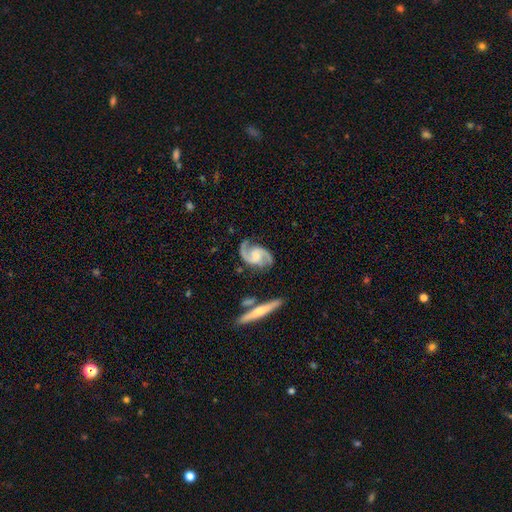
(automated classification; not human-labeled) Smooth or featured? featured or disk (92%)
Edge-on disk? no (97%)
Bar? no (53%)
Spiral arms? yes (98%)
Spiral winding? medium (58%)
Spiral arm count? 2 (94%)
Bulge size? none (36%)
Merging? none (78%)